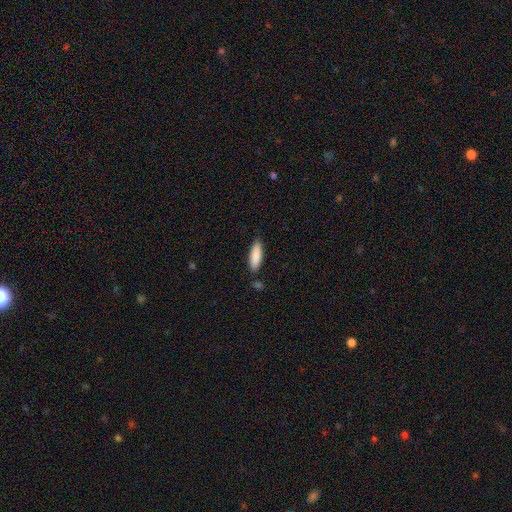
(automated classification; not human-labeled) The model was most divided on "how rounded": cigar-shaped: 54%, in between: 44%, round: 1%. More confident: smooth or featured — smooth (88%); merging — none (84%).